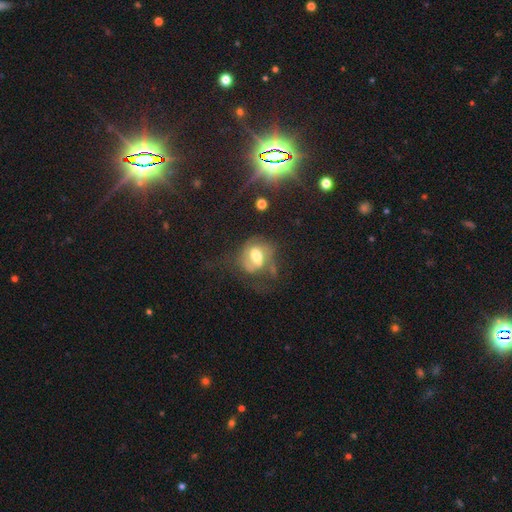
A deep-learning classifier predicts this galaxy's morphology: Smooth or featured?
  - featured or disk: 57% *
  - smooth: 33%
  - star or artifact: 10%
Edge-on disk?
  - no: 96% *
  - yes: 4%
Bar?
  - weak: 44% *
  - no: 40%
  - strong: 17%
Spiral arms?
  - yes: 73% *
  - no: 27%
Bulge size?
  - moderate: 57% *
  - large: 29%
  - small: 10%
  - dominant: 3%
  - none: 2%
Merging?
  - major disturbance: 38% *
  - none: 36%
  - minor disturbance: 22%
  - merger: 4%